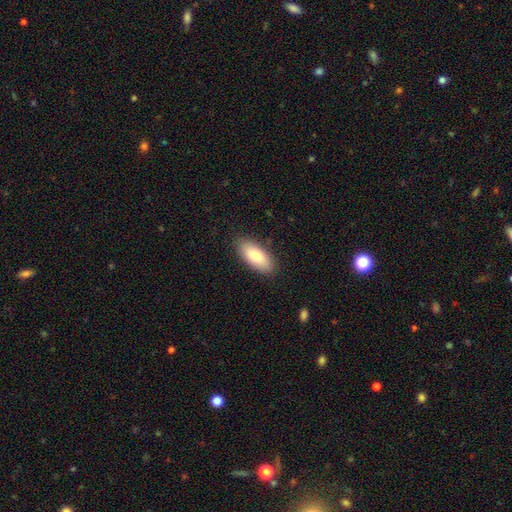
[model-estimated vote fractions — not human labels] Smooth or featured? Predicted: smooth (p=0.79). How rounded? Predicted: in between (p=0.87). Merging? Predicted: none (p=0.86).